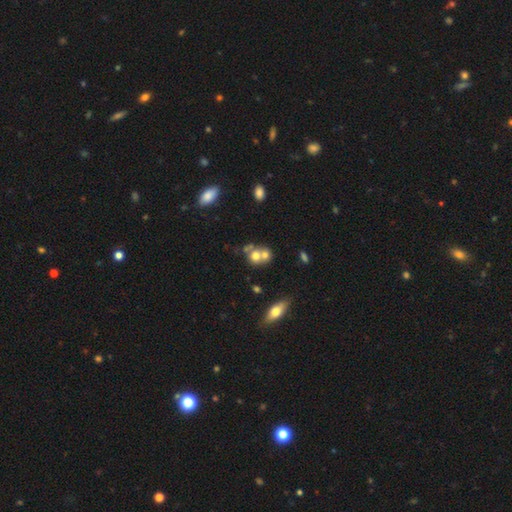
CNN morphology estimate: The model was most divided on "merging": merger: 58%, none: 30%, minor disturbance: 8%, major disturbance: 4%. More confident: how rounded — round (71%); smooth or featured — smooth (64%).